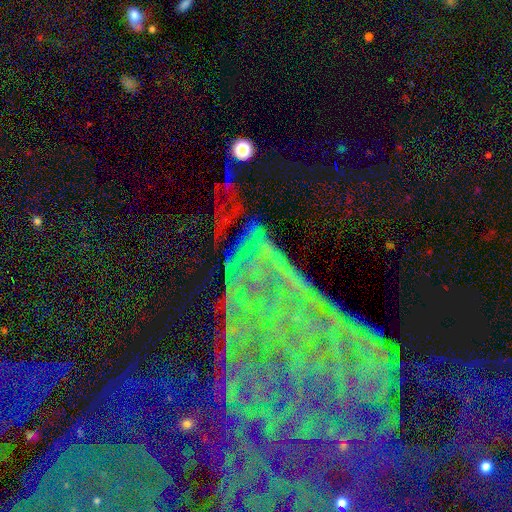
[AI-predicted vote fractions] Smooth or featured?
  - star or artifact: 63% *
  - featured or disk: 26%
  - smooth: 12%